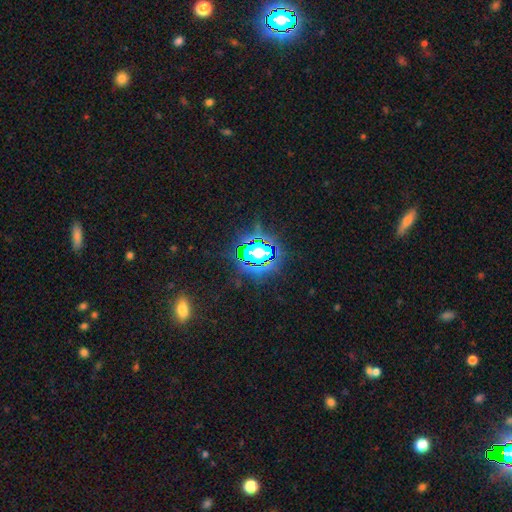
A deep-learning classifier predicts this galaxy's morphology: This appears to be a star or artifact, not a galaxy (69%).